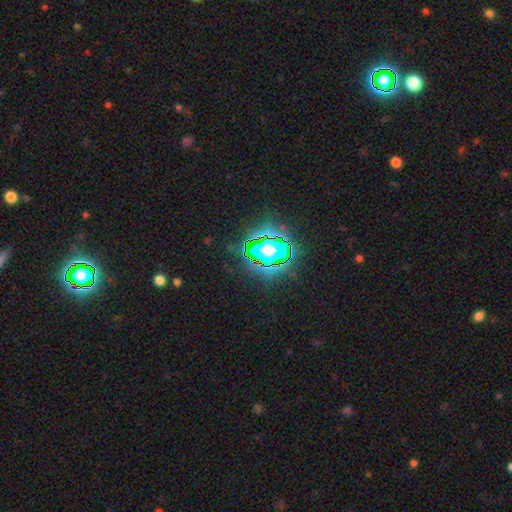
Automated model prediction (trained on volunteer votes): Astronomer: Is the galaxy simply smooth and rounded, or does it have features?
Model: star or artifact — 80%.